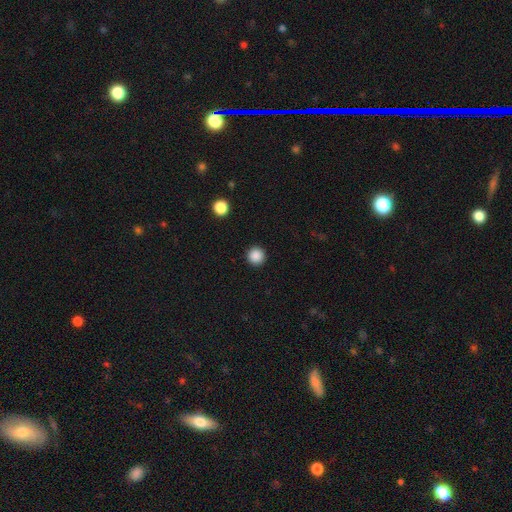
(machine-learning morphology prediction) Smooth or featured? smooth (88%)
How rounded? round (96%)
Merging? none (93%)